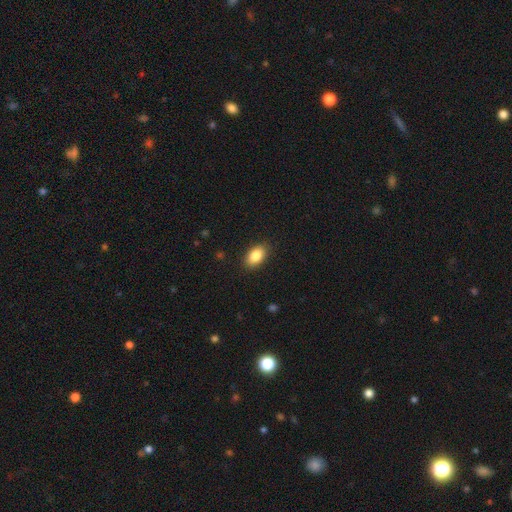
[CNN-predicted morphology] This is clearly a smooth galaxy (87%). How rounded: clearly in between (91%). Merging: clearly none (88%).